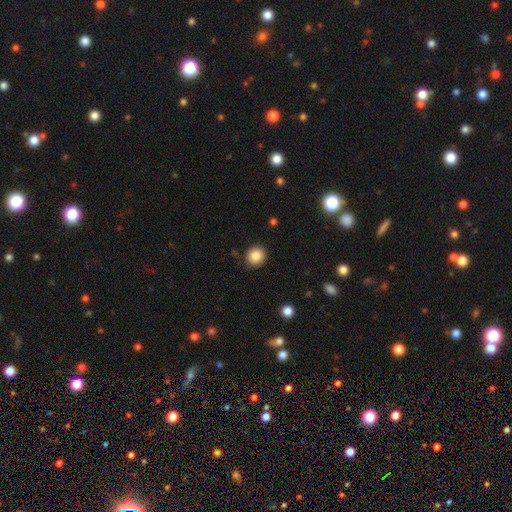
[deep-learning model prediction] smooth_or_featured: smooth (p=0.85) [alt: star or artifact p=0.10]
how_rounded: round (p=0.89) [alt: in between p=0.10]
merging: none (p=0.88) [alt: minor disturbance p=0.08]